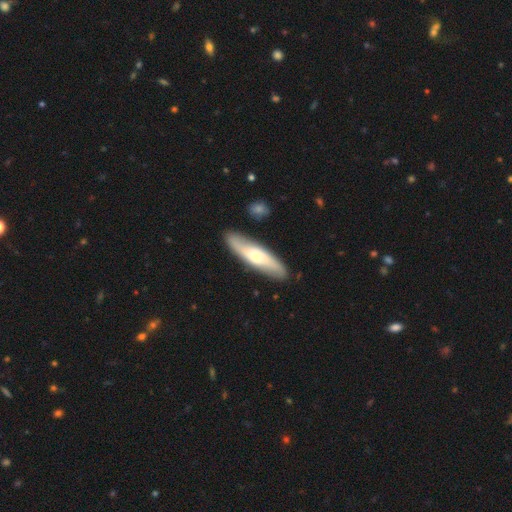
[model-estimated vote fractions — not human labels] This is possibly a featured or disk galaxy (53%). It is possibly not viewed edge-on (57%). Merging: clearly none (87%).